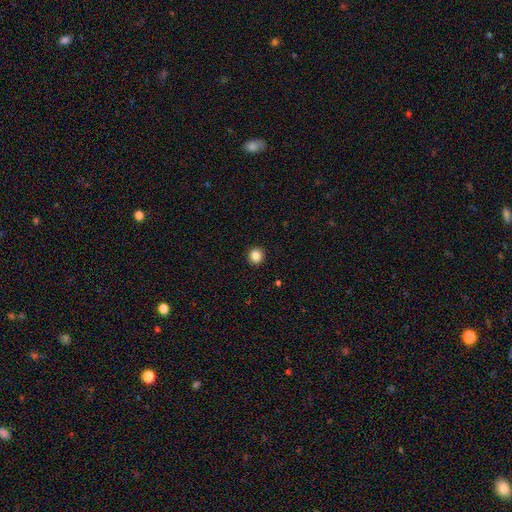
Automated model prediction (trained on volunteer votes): Overall: smooth (86%). How rounded: round (91%). Merging: none (93%).